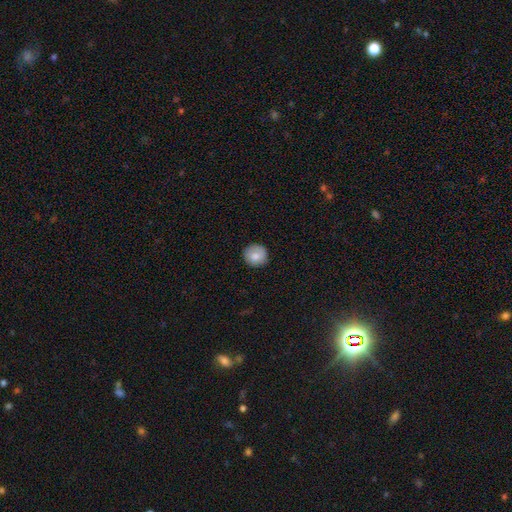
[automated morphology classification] Smooth or featured? smooth (81%)
How rounded? round (91%)
Merging? none (85%)